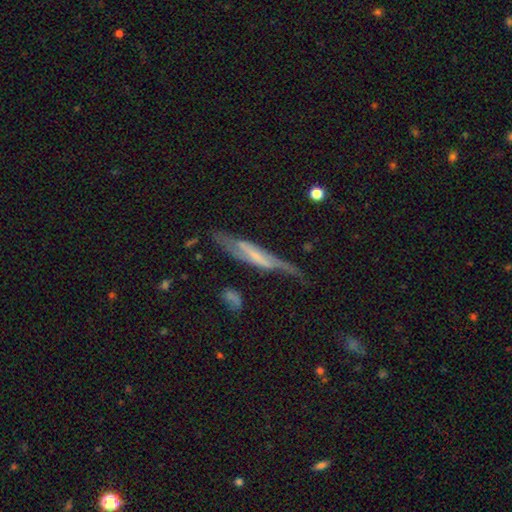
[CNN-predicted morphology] This is likely a featured or disk galaxy (71%). It is possibly viewed edge-on (52%). Merging: possibly none (47%).